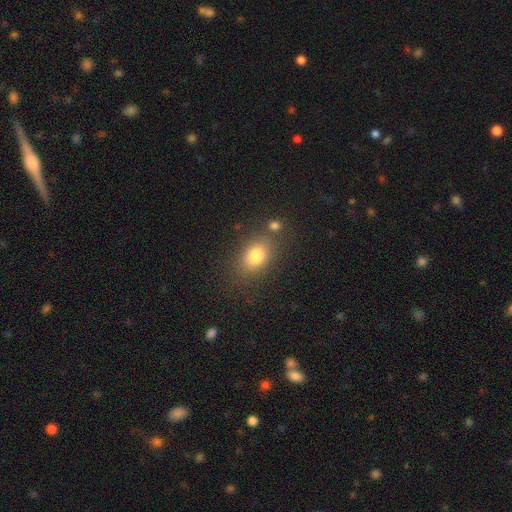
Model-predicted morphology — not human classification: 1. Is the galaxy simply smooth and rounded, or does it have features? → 78% smooth, 11% star or artifact, 11% featured or disk.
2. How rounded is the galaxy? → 74% in between, 24% round, 2% cigar-shaped.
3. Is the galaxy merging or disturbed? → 74% none, 13% minor disturbance, 8% merger, 5% major disturbance.